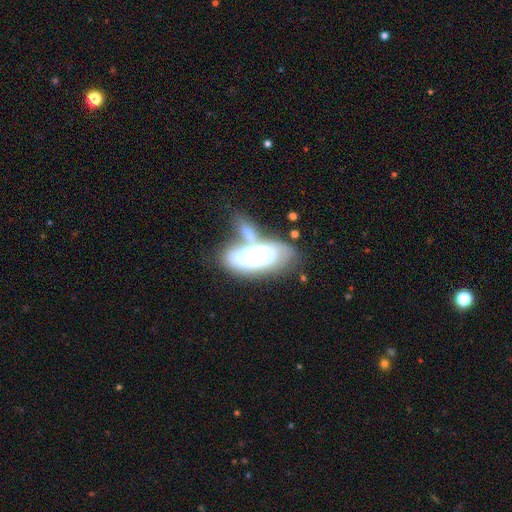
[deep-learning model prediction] smooth-or-featured: featured or disk: 57% | smooth: 35% | star or artifact: 7%
  disk-edge-on: no: 88% | yes: 12%
    bar: no: 80% | weak: 14% | strong: 6%
    has-spiral-arms: yes: 50% (tied) | no: 50% (tied)
    bulge-size: moderate: 40% | large: 37% | small: 11% | dominant: 8% | none: 5%
  merging: merger: 37% | none: 28% | minor disturbance: 18% | major disturbance: 17%